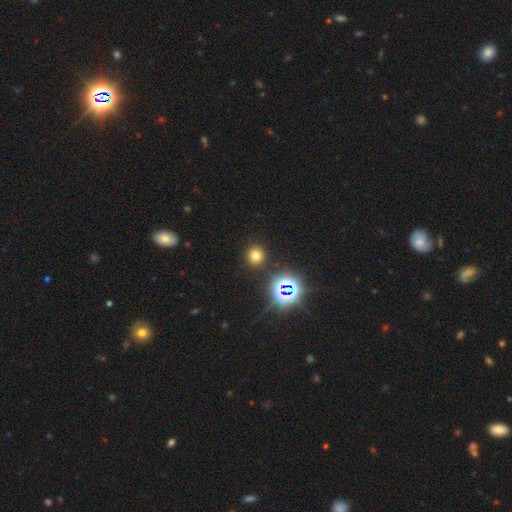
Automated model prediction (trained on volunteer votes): Smooth or featured: smooth — 69% (star or artifact — 24%)
How rounded: round — 92% (in between — 7%)
Merging: none — 89% (minor disturbance — 6%)